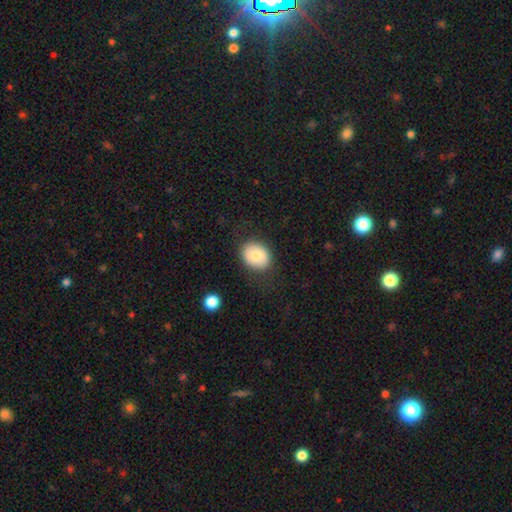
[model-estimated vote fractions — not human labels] Smooth or featured? Predicted: smooth (p=0.77). How rounded? Predicted: in between (p=0.54). Merging? Predicted: none (p=0.81).